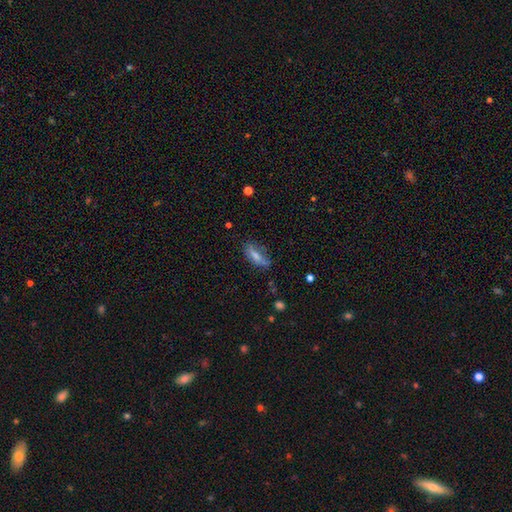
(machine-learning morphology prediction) This is possibly a smooth galaxy (51%). How rounded: possibly in between (53%). Merging: likely none (65%).